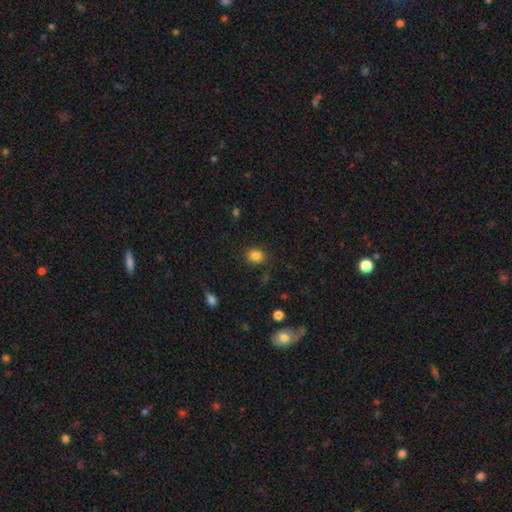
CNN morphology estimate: Overall: smooth (84%). How rounded: round (66%; in between 33%). Merging: none (85%).